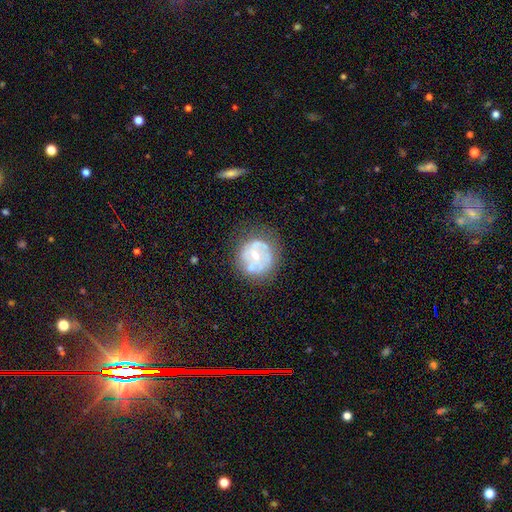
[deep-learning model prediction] Q: Smooth or featured?
A: featured or disk (64%); runner-up: smooth (28%)
Q: Edge-on disk?
A: no (98%); runner-up: yes (2%)
Q: Bar?
A: no (69%); runner-up: weak (25%)
Q: Spiral arms?
A: no (54%); runner-up: yes (46%)
Q: Bulge size?
A: small (46%); runner-up: moderate (43%)
Q: Merging?
A: none (56%); runner-up: minor disturbance (22%)